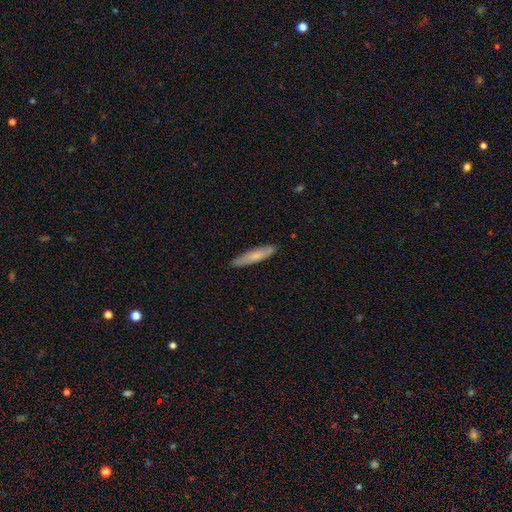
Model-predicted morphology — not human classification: type=smooth (72%); roundness=cigar-shaped (87%); merging=none (86%).